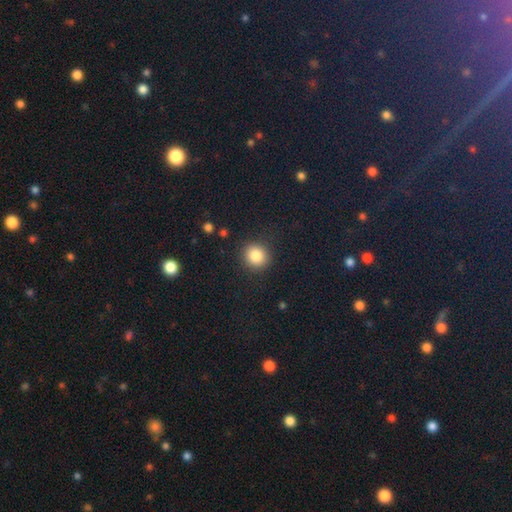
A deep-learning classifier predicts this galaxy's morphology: Smooth or featured? smooth (84%)
How rounded? round (89%)
Merging? none (90%)